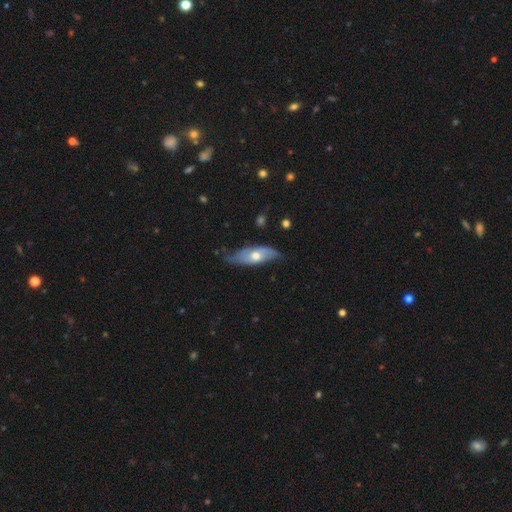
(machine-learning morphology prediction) smooth-or-featured: smooth: 48% | featured or disk: 47% | star or artifact: 5%
  merging: none: 57% | minor disturbance: 34% | major disturbance: 7% | merger: 2%